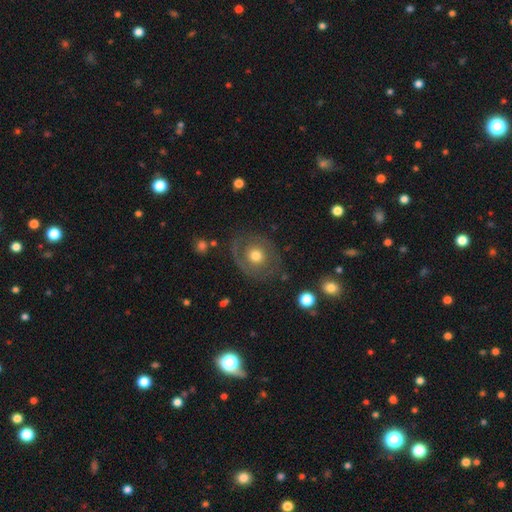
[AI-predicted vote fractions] Smooth or featured? Predicted: smooth (p=0.47). Merging? Predicted: none (p=0.74).